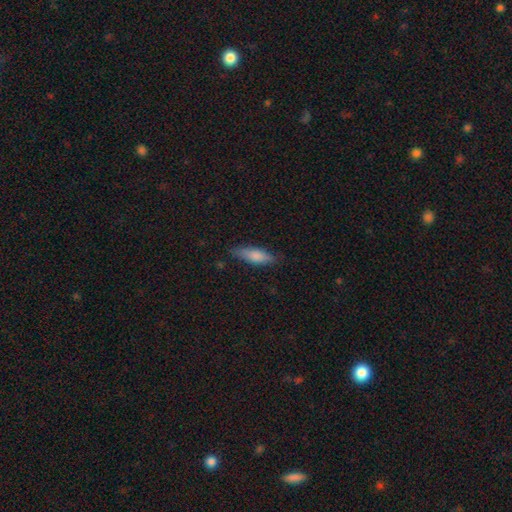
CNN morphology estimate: Smooth or featured: smooth — 80% (featured or disk — 14%)
How rounded: in between — 50% (cigar-shaped — 48%)
Merging: none — 81% (minor disturbance — 15%)